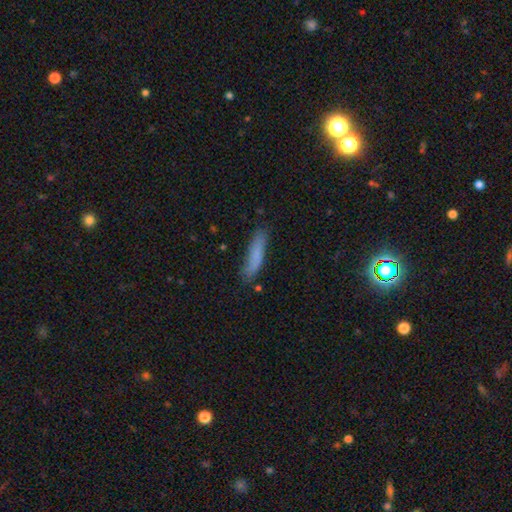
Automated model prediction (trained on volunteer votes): A smooth galaxy with no disk features (77%) that is cigar-shaped (84%).

Vote fractions:
- Smooth or featured? smooth: 77% / featured or disk: 15% / star or artifact: 8%
- How rounded? cigar-shaped: 84% / in between: 14% / round: 2%
- Merging? none: 76% / minor disturbance: 18% / major disturbance: 3% / merger: 2%